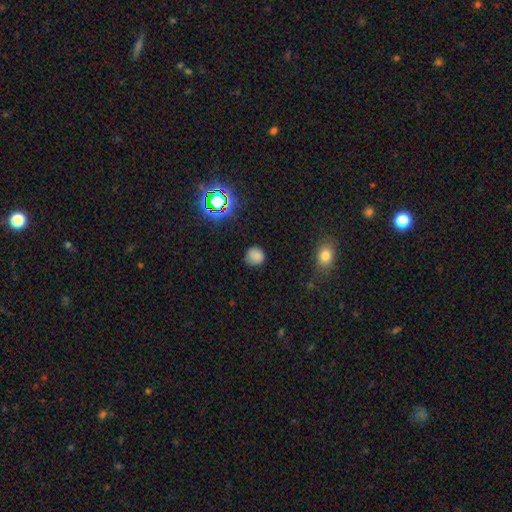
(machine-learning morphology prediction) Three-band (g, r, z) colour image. It shows a smooth galaxy with no disk features (78%) that is round (88%). Merging: none (83%).